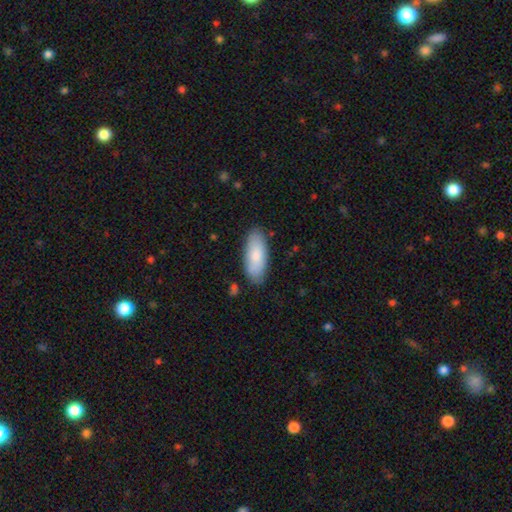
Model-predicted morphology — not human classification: smooth-or-featured: smooth: 81% | featured or disk: 13% | star or artifact: 6%
  how-rounded: in between: 81% | cigar-shaped: 17% | round: 2%
  merging: none: 84% | minor disturbance: 12% | major disturbance: 2% | merger: 2%